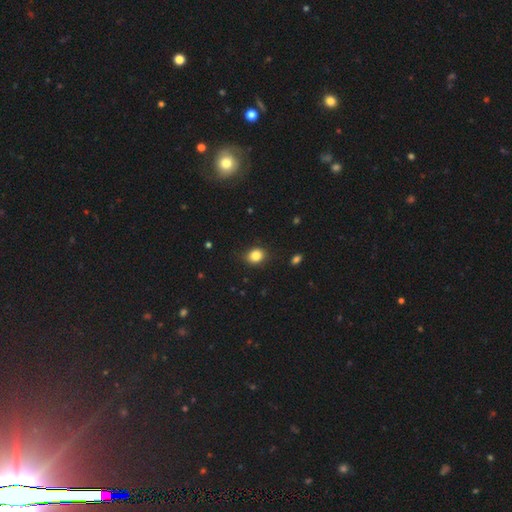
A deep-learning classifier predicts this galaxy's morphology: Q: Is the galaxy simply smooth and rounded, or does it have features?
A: smooth — 84%.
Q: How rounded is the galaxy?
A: round — 62%.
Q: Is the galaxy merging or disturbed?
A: none — 85%.